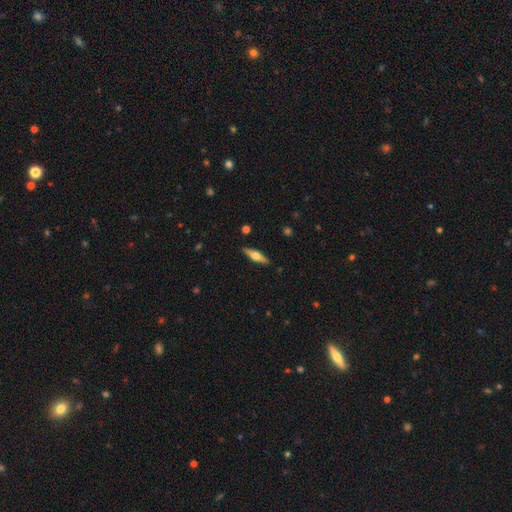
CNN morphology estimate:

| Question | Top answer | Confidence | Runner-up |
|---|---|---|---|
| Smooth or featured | featured or disk | 60% | smooth (34%) |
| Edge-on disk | yes | 95% | no (5%) |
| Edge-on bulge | rounded | 94% | boxy (4%) |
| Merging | none | 89% | minor disturbance (8%) |